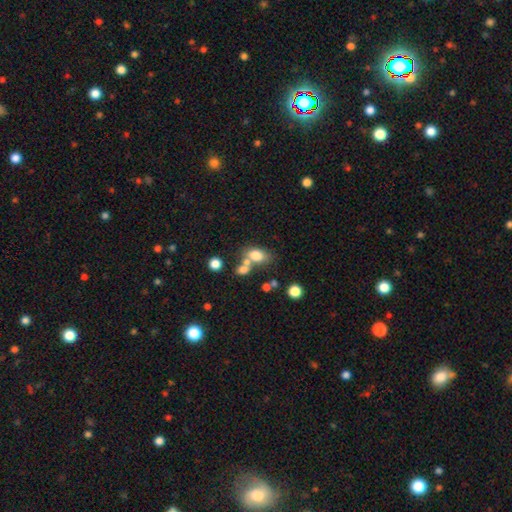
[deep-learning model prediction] A smooth galaxy with no disk features (76%) that is in between round and cigar-shaped (78%). Merging: none (44%).